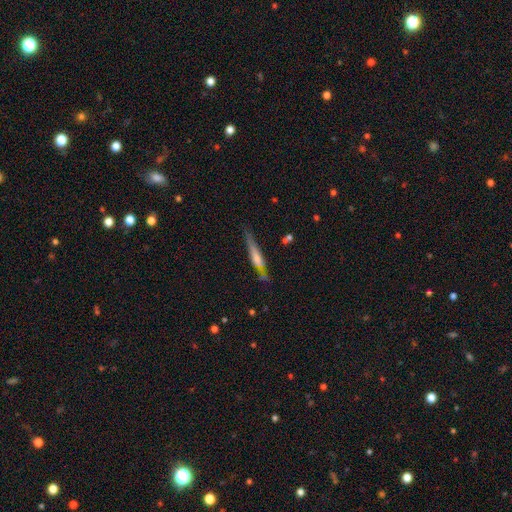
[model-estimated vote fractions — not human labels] The model was most divided on "edge-on bulge": rounded: 50%, none: 27%, boxy: 23%. More confident: edge-on disk — yes (93%); merging — none (74%); smooth or featured — featured or disk (60%).